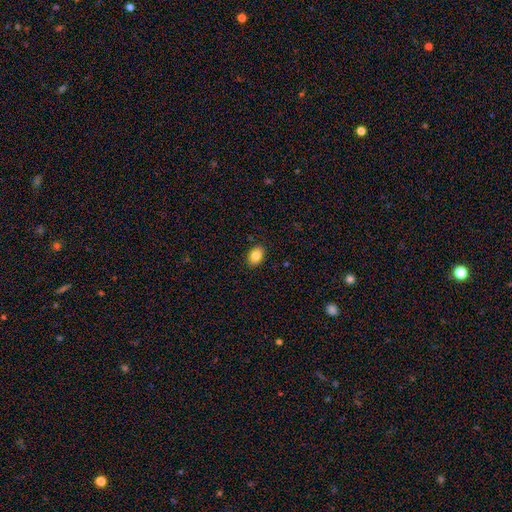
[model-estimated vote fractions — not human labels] Smooth or featured? smooth (84%)
How rounded? in between (81%)
Merging? none (89%)